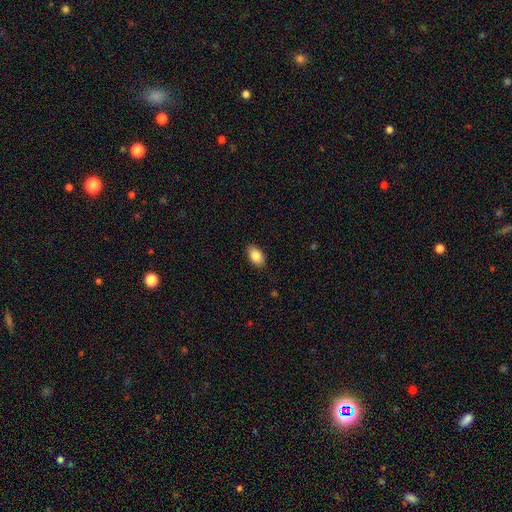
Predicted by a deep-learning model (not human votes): Q: Smooth or featured?
A: smooth (86%); runner-up: star or artifact (7%)
Q: How rounded?
A: in between (91%); runner-up: round (7%)
Q: Merging?
A: none (87%); runner-up: minor disturbance (10%)